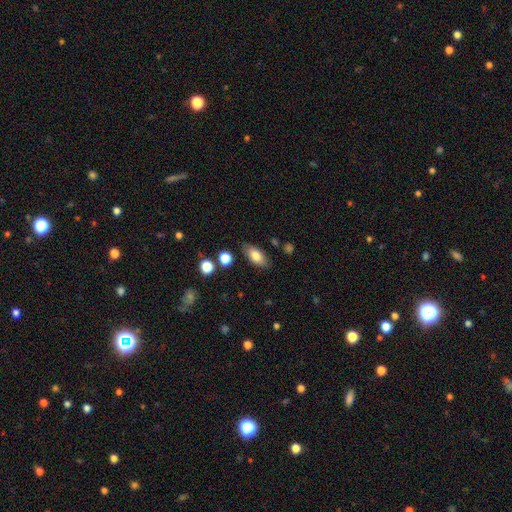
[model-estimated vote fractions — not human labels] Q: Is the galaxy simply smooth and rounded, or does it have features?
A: smooth — 78%.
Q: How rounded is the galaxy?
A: in between — 89%.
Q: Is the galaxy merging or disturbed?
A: none — 83%.